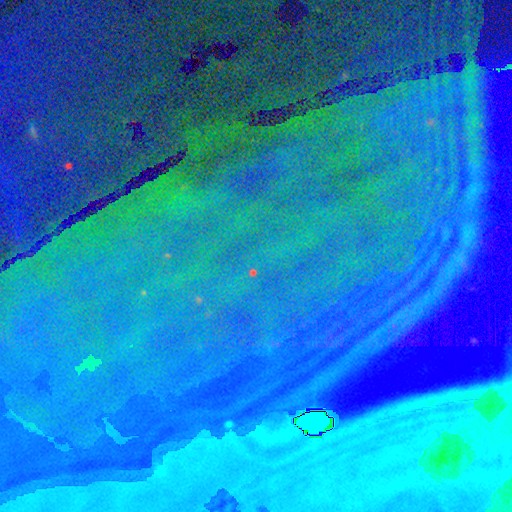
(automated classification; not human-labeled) A star or artifact, not a galaxy (87%).